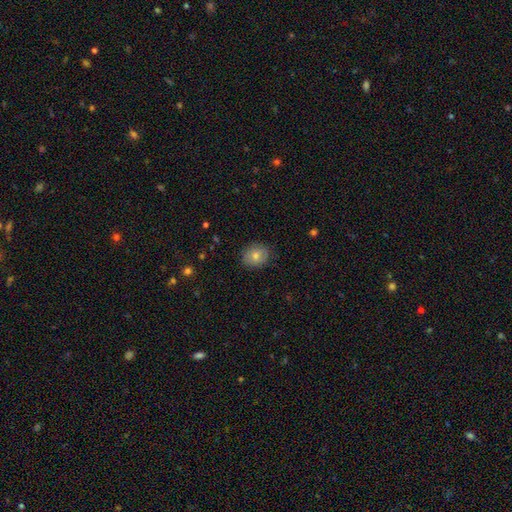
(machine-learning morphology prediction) Overall: smooth (72%). How rounded: round (62%; in between 37%). Merging: none (87%).